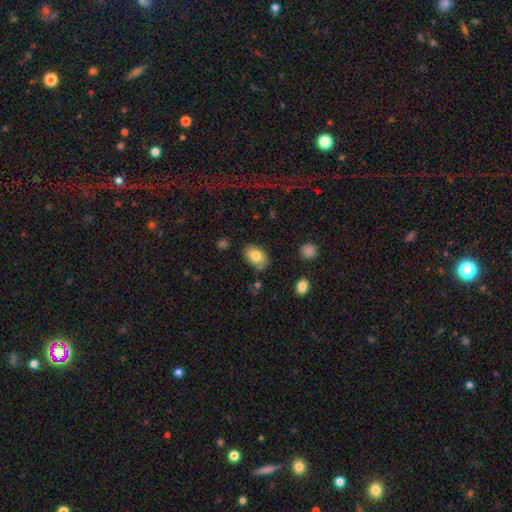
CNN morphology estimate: smooth 80%, featured or disk 12%, star or artifact 8%. Down the decision tree: how rounded — in between (84%); merging — none (80%).